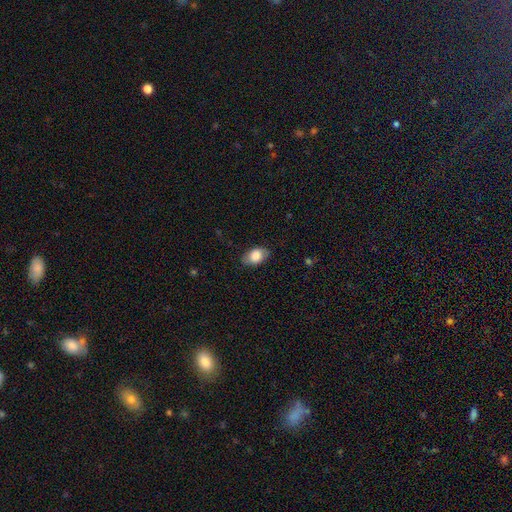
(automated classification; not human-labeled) This is clearly a smooth galaxy (82%). How rounded: clearly in between (88%). Merging: likely none (78%).